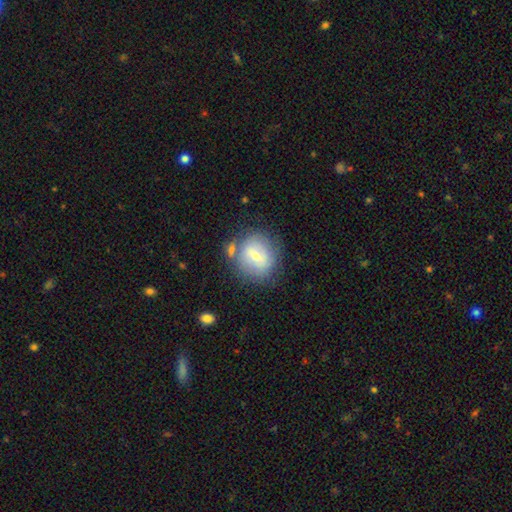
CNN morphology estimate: Smooth or featured? Predicted: smooth (p=0.56). How rounded? Predicted: round (p=0.81). Merging? Predicted: none (p=0.66).